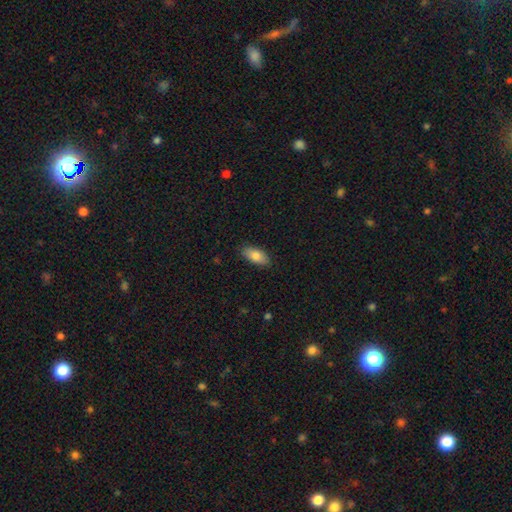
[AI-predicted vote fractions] Smooth or featured?
  - smooth: 82% *
  - featured or disk: 11%
  - star or artifact: 7%
How rounded?
  - in between: 89% *
  - cigar-shaped: 9%
  - round: 3%
Merging?
  - none: 88% *
  - minor disturbance: 9%
  - major disturbance: 2%
  - merger: 1%